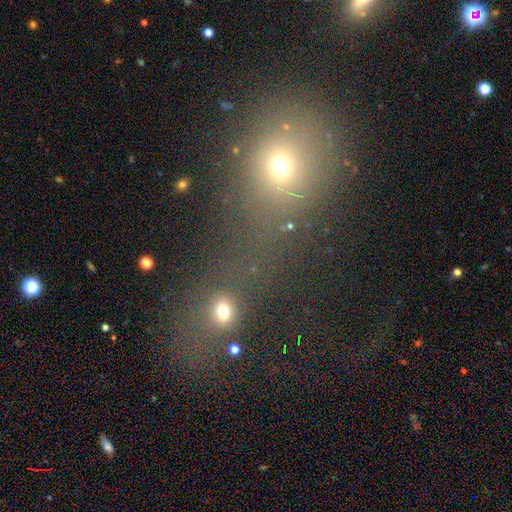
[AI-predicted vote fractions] Smooth or featured: smooth — 51% (star or artifact — 36%)
How rounded: round — 73% (in between — 24%)
Merging: merger — 55% (none — 24%)